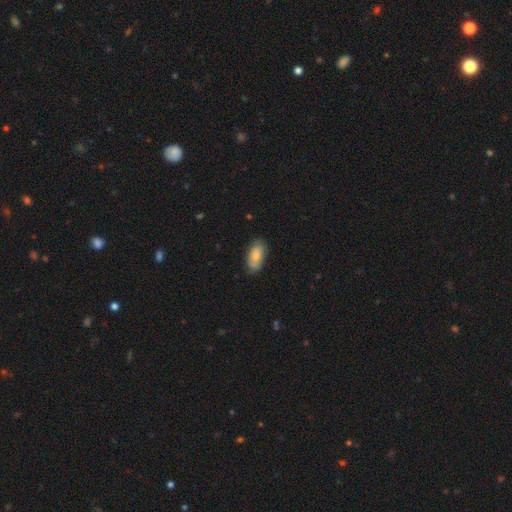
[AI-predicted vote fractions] Q: Smooth or featured?
A: smooth (77%); runner-up: featured or disk (17%)
Q: How rounded?
A: in between (91%); runner-up: cigar-shaped (6%)
Q: Merging?
A: none (75%); runner-up: minor disturbance (20%)